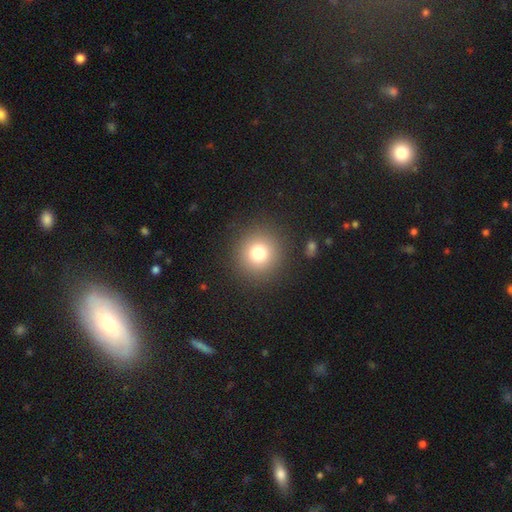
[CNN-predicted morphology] Smooth or featured? smooth (76%)
How rounded? round (94%)
Merging? none (91%)